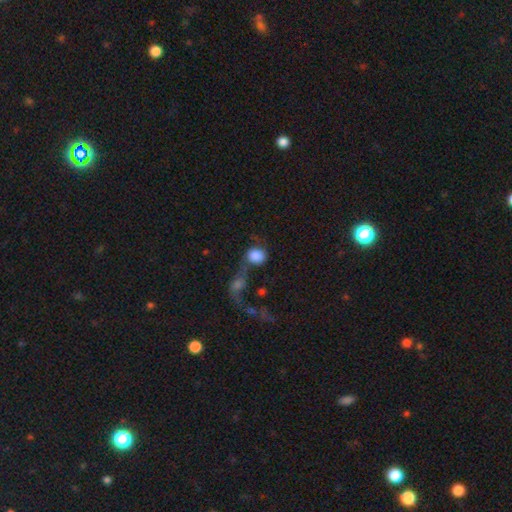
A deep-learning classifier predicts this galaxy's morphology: Smooth or featured: smooth — 78% (featured or disk — 13%)
How rounded: round — 73% (in between — 25%)
Merging: merger — 42% (none — 24%)